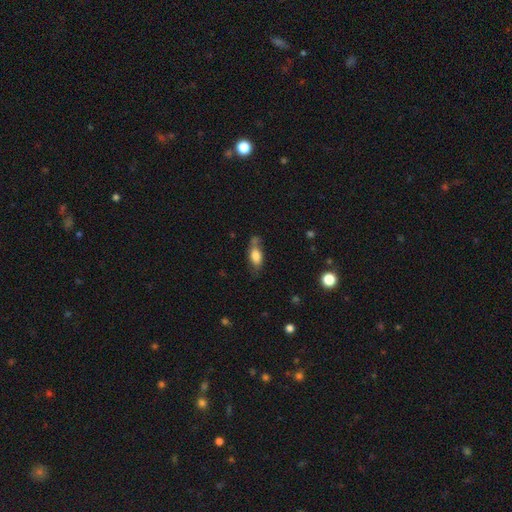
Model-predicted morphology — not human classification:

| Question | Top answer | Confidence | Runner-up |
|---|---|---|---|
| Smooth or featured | smooth | 77% | featured or disk (15%) |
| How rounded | in between | 84% | cigar-shaped (11%) |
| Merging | none | 54% | minor disturbance (24%) |